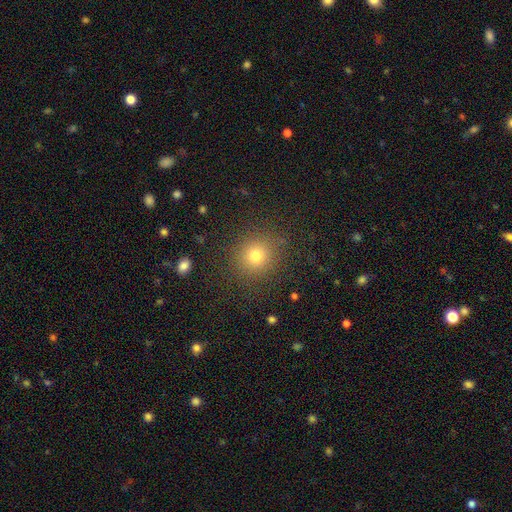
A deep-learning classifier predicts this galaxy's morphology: type=smooth (77%); roundness=round (86%); merging=none (87%).